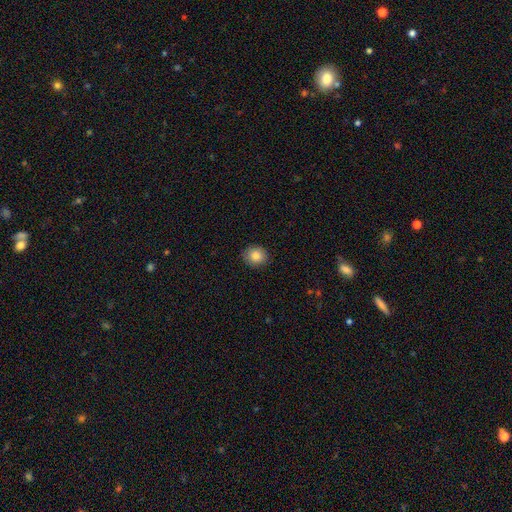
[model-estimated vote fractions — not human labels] A smooth galaxy with no disk features (84%) that is round (73%).

Vote fractions:
- Smooth or featured? smooth: 84% / star or artifact: 9% / featured or disk: 7%
- How rounded? round: 73% / in between: 26% / cigar-shaped: 1%
- Merging? none: 89% / minor disturbance: 8% / major disturbance: 2% / merger: 1%